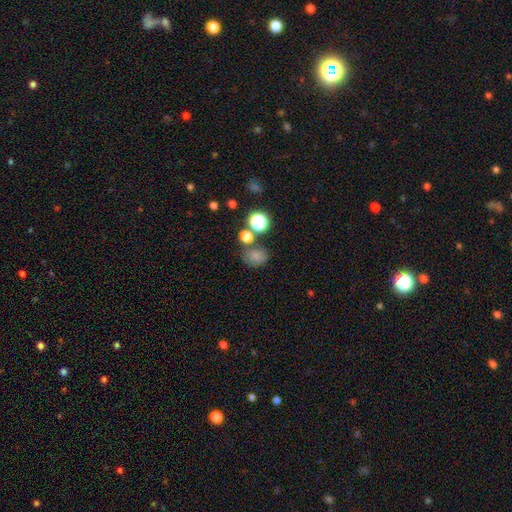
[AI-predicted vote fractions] A smooth galaxy with no disk features (72%) that is round (66%). Merging: none (58%).